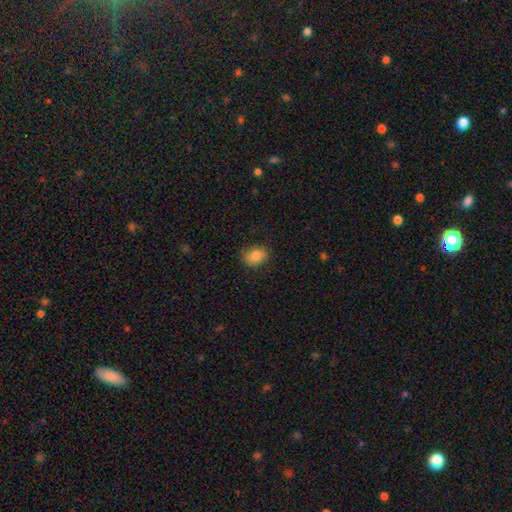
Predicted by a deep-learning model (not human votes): smooth-or-featured: smooth: 82% | featured or disk: 9% | star or artifact: 9%
  how-rounded: in between: 53% | round: 45% | cigar-shaped: 1%
  merging: none: 78% | minor disturbance: 17% | major disturbance: 4% | merger: 1%